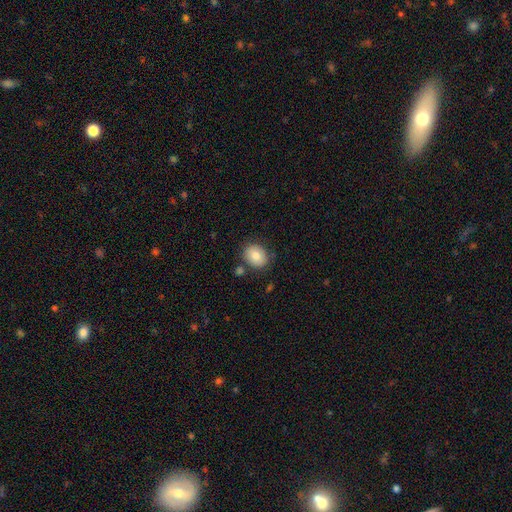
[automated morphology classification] A smooth galaxy with no disk features (80%) that is in between round and cigar-shaped (51%). Merging: none (78%).